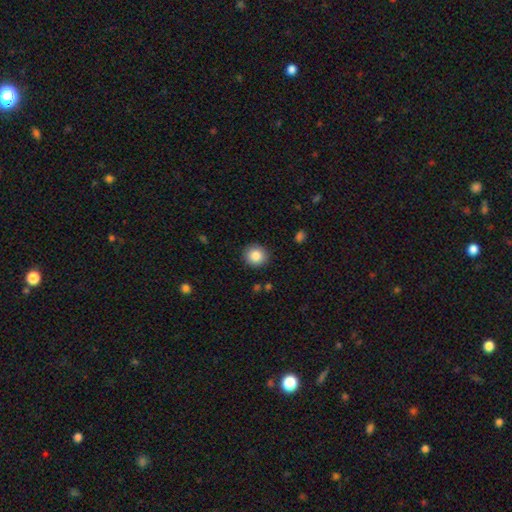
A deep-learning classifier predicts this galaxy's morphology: type=smooth (86%); roundness=round (89%); merging=none (90%).